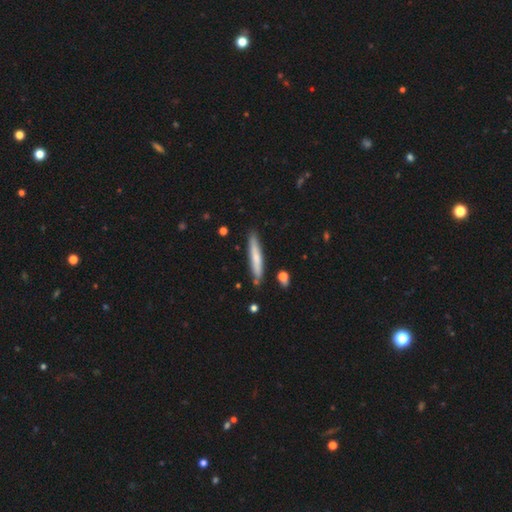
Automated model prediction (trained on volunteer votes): A smooth galaxy with no disk features (63%) that is cigar-shaped (94%). Merging: none (85%).